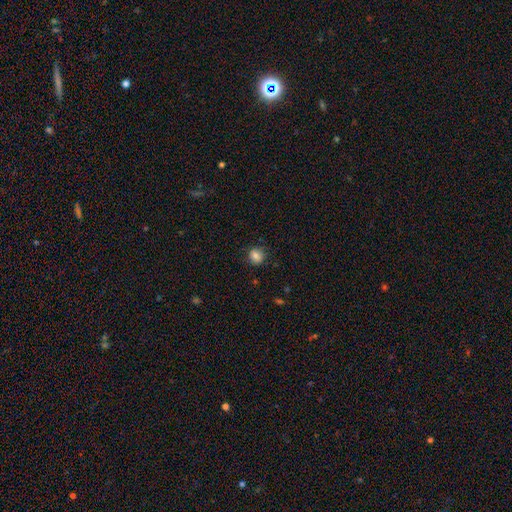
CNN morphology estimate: Smooth or featured? Predicted: smooth (p=0.81). How rounded? Predicted: round (p=0.84). Merging? Predicted: none (p=0.84).